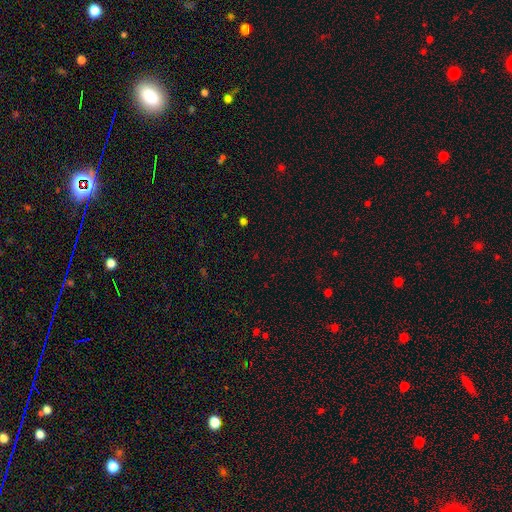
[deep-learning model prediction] smooth_or_featured: star or artifact (p=0.63) [alt: smooth p=0.30]